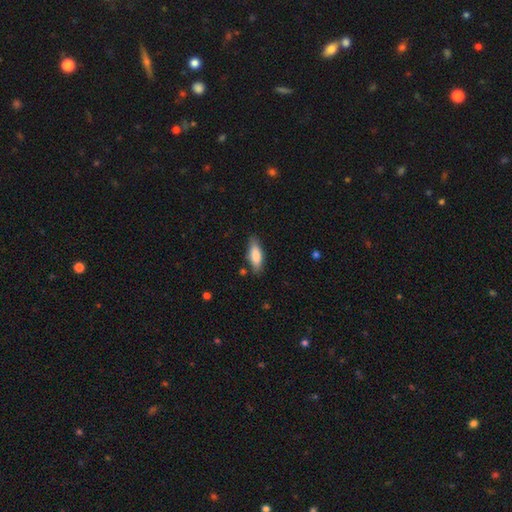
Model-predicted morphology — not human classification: Overall: smooth (80%). How rounded: in between (65%; cigar-shaped 33%). Merging: none (80%).